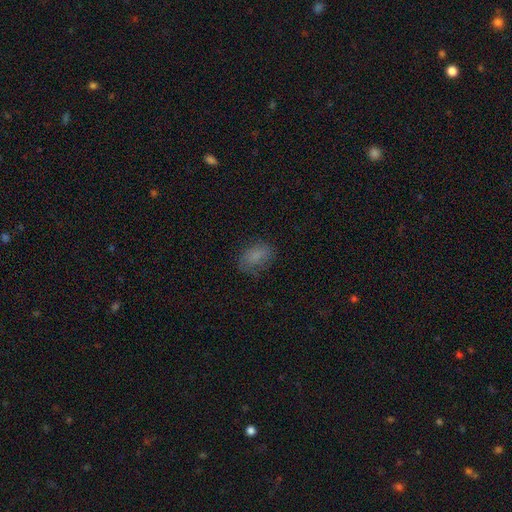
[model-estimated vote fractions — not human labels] This appears to be a smooth galaxy with no disk features (77%) that is in between round and cigar-shaped (83%). Merging: none (69%).